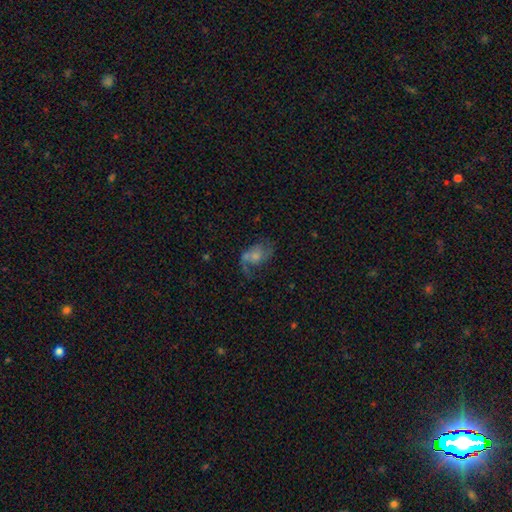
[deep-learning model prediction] Q: Smooth or featured?
A: featured or disk (64%); runner-up: smooth (24%)
Q: Edge-on disk?
A: no (97%); runner-up: yes (3%)
Q: Bar?
A: no (67%); runner-up: weak (28%)
Q: Spiral arms?
A: yes (85%); runner-up: no (15%)
Q: Spiral winding?
A: loose (53%); runner-up: medium (36%)
Q: Spiral arm count?
A: 2 (64%); runner-up: 1 (24%)
Q: Bulge size?
A: moderate (41%); runner-up: small (37%)
Q: Merging?
A: none (48%); runner-up: major disturbance (24%)